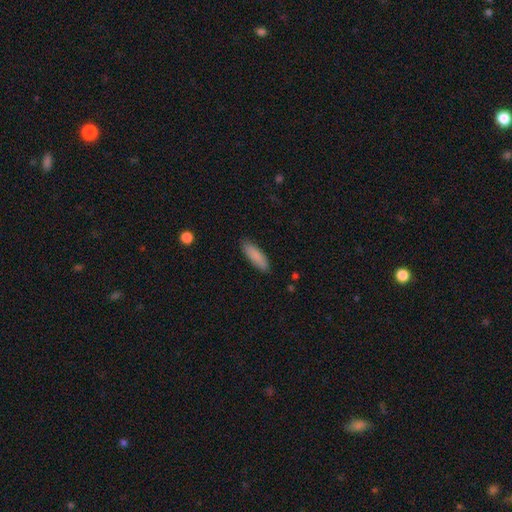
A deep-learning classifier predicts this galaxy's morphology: type=smooth (87%); roundness=cigar-shaped (51%); merging=none (87%).